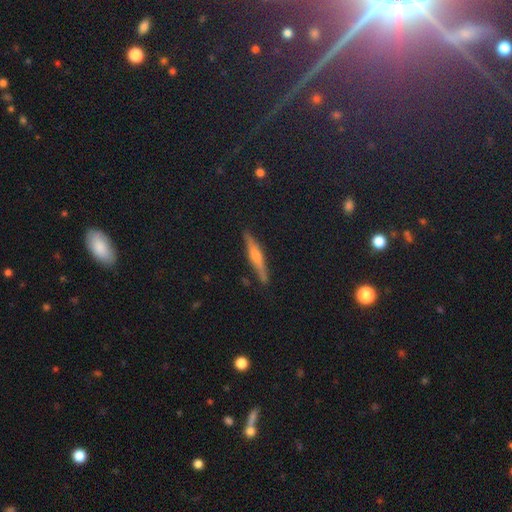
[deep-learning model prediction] Smooth or featured? Predicted: featured or disk (p=0.63). Edge-on disk? Predicted: yes (p=0.96). Edge-on bulge? Predicted: rounded (p=0.81). Merging? Predicted: none (p=0.89).